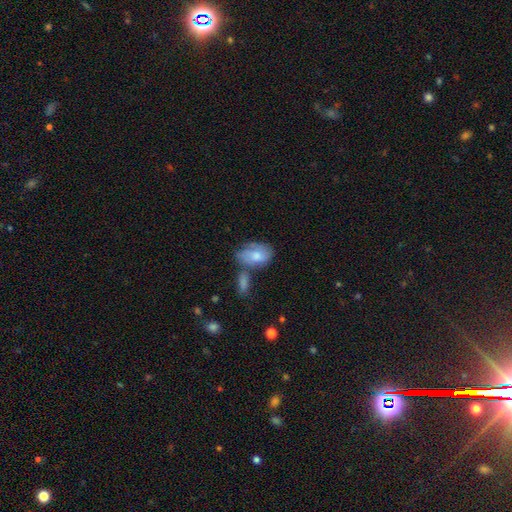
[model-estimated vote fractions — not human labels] Overall: smooth (67%). How rounded: in between (88%). Merging: none (38%; minor disturbance 25%).